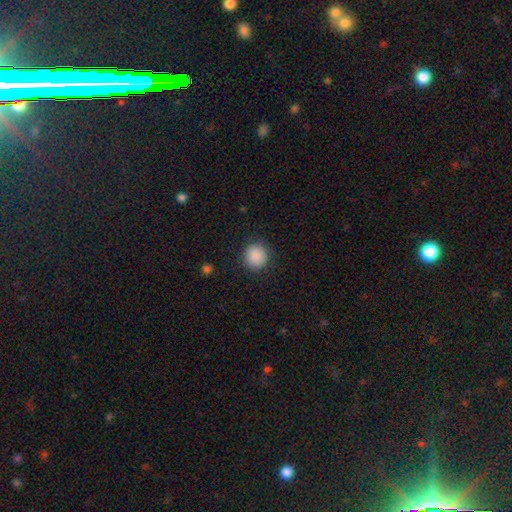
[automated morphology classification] Smooth or featured? smooth (89%)
How rounded? round (92%)
Merging? none (89%)